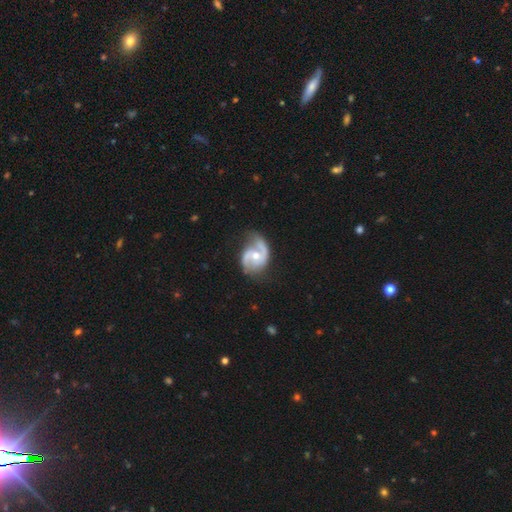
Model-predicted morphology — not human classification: type=featured or disk (87%); edge-on=no (98%); bar=no (56%); spiral arms=yes (96%); winding=medium (52%); arm count=2 (87%); bulge=moderate (64%); merging=none (62%).